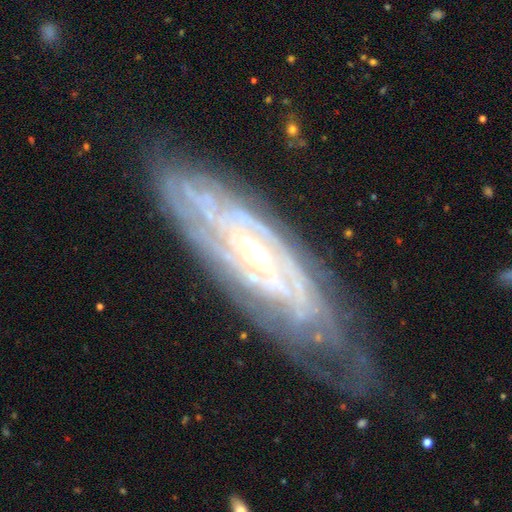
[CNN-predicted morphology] This is clearly a featured or disk galaxy (88%). It is clearly not viewed edge-on (82%). Bar: marginally no (41%). Spiral arm pattern: clearly yes (96%). Spiral arm count: marginally can't tell (39%). Spiral winding: likely tight (78%). Central bulge: possibly small (55%). Merging: likely none (72%).